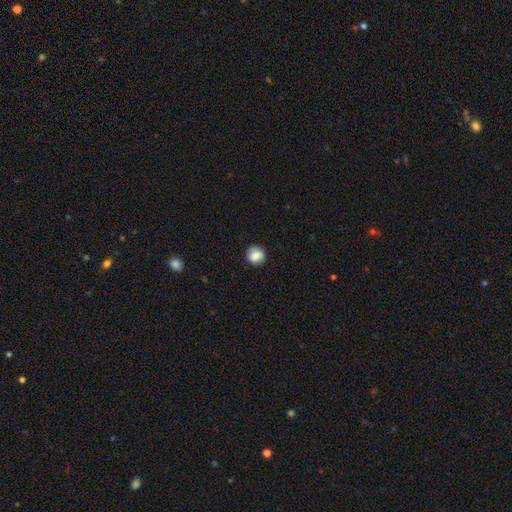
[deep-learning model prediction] Smooth or featured: smooth — 81% (featured or disk — 10%)
How rounded: round — 82% (in between — 17%)
Merging: none — 80% (minor disturbance — 15%)